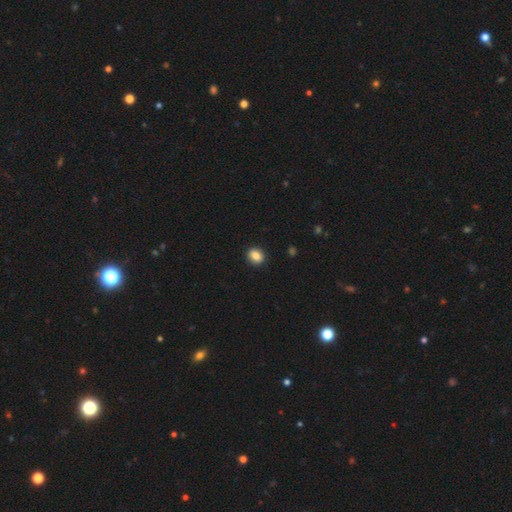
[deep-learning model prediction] smooth 85%, star or artifact 9%, featured or disk 6%. Down the decision tree: how rounded — round (61%); merging — none (90%).